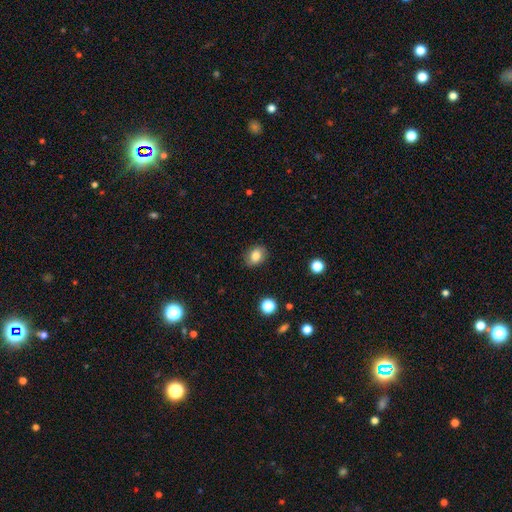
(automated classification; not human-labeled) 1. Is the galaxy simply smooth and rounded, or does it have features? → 79% smooth, 11% featured or disk, 10% star or artifact.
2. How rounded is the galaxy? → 60% in between, 39% round, 1% cigar-shaped.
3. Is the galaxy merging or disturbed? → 82% none, 13% minor disturbance, 3% major disturbance, 1% merger.